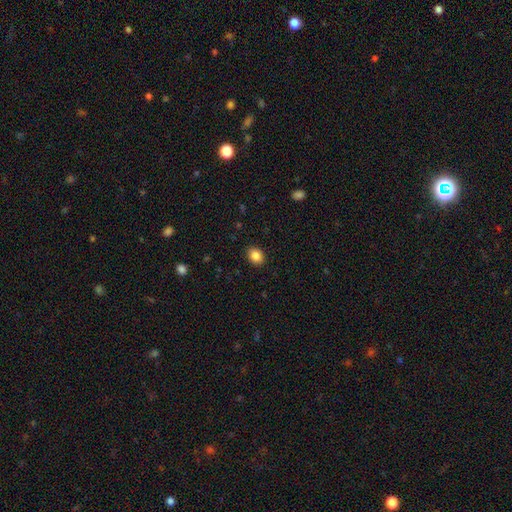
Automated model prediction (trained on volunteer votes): Morphology: type=smooth (86%); roundness=in between (53%); merging=none (90%).